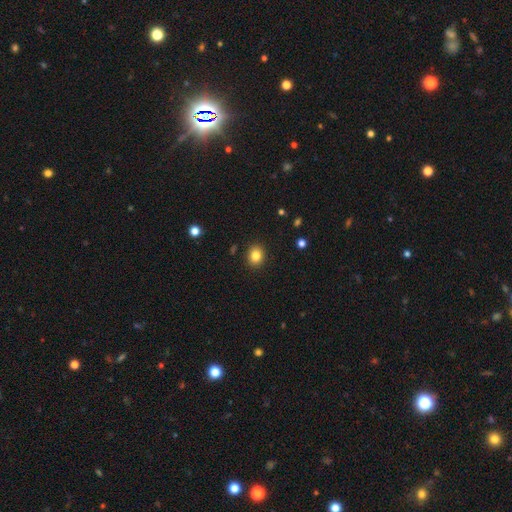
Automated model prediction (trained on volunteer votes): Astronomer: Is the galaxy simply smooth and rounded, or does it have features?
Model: smooth — 84%.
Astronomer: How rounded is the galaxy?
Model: round — 67%.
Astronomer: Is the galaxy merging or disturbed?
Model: none — 90%.